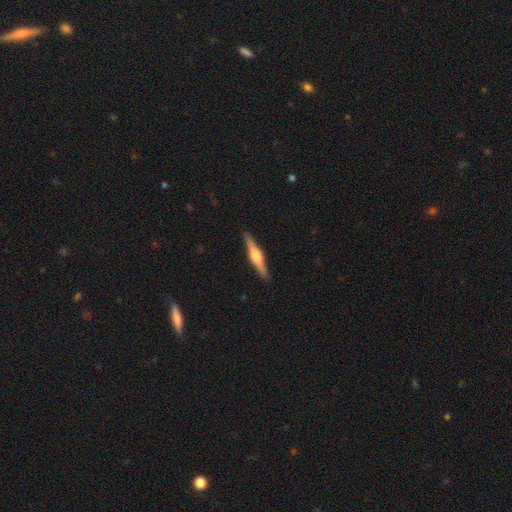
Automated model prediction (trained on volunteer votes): Smooth or featured? Predicted: featured or disk (p=0.69). Edge-on disk? Predicted: yes (p=0.98). Edge-on bulge? Predicted: rounded (p=0.85). Merging? Predicted: none (p=0.91).